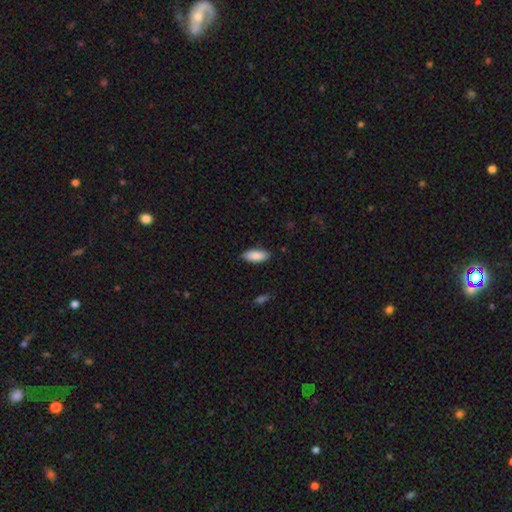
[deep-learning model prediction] Smooth or featured? Predicted: smooth (p=0.87). How rounded? Predicted: in between (p=0.84). Merging? Predicted: none (p=0.85).